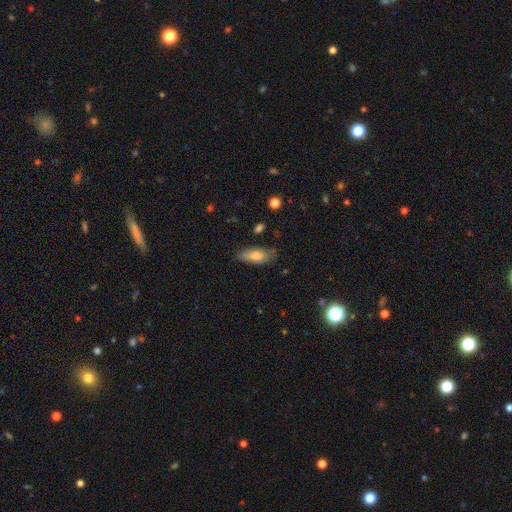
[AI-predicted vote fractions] This is likely a smooth galaxy (76%). How rounded: likely in between (74%). Merging: likely none (74%).